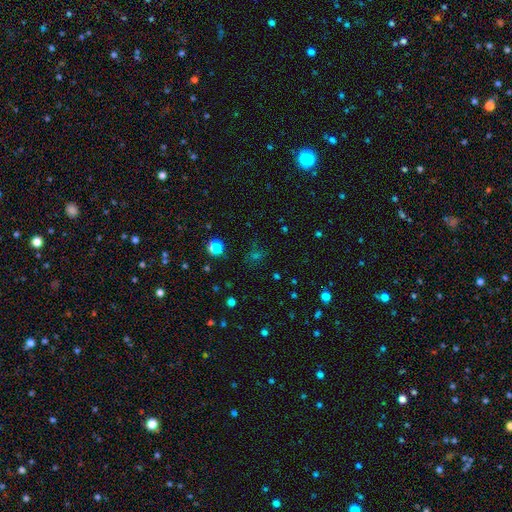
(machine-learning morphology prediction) Smooth or featured? star or artifact (52%)